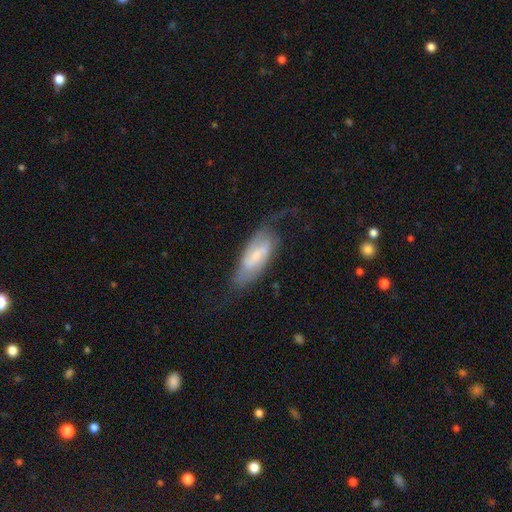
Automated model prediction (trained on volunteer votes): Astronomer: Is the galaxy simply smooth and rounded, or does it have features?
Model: featured or disk — 63%.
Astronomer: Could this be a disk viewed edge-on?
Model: no — 84%.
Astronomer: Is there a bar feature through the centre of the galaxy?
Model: weak — 46% (runner-up: no, 30%).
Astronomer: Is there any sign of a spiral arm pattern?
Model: yes — 86%.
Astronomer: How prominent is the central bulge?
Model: small — 41% (runner-up: moderate, 33%).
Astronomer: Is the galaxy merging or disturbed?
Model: none — 51%.